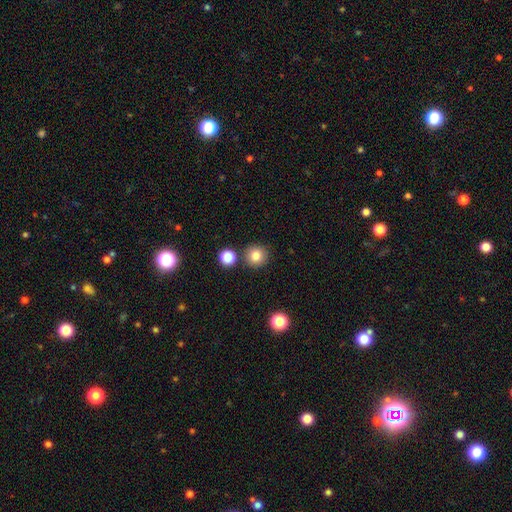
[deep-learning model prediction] Smooth or featured?
  - smooth: 83% *
  - star or artifact: 11%
  - featured or disk: 6%
How rounded?
  - round: 93% *
  - in between: 6%
  - cigar-shaped: 1%
Merging?
  - none: 84% *
  - minor disturbance: 7%
  - merger: 7%
  - major disturbance: 2%